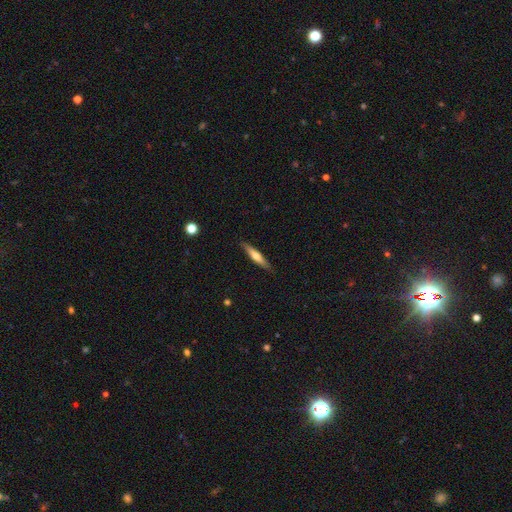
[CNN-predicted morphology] A smooth galaxy with no disk features (48%).

Vote fractions:
- Smooth or featured? smooth: 48% / featured or disk: 46% / star or artifact: 6%
- Merging? none: 87% / minor disturbance: 10% / major disturbance: 2% / merger: 1%